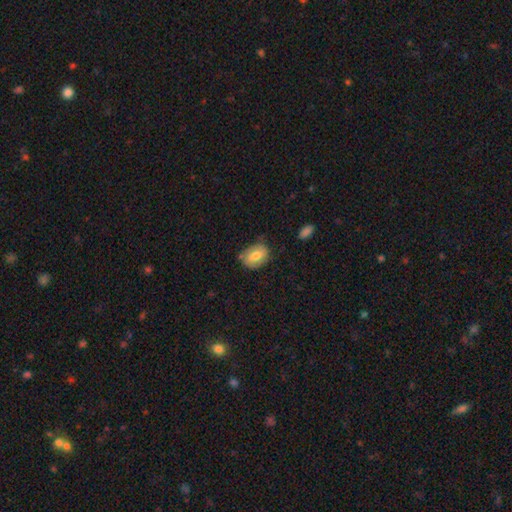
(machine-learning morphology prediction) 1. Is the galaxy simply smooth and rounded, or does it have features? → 73% smooth, 20% featured or disk, 7% star or artifact.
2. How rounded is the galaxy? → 74% in between, 25% round, 1% cigar-shaped.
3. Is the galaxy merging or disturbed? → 65% none, 27% minor disturbance, 5% major disturbance, 3% merger.